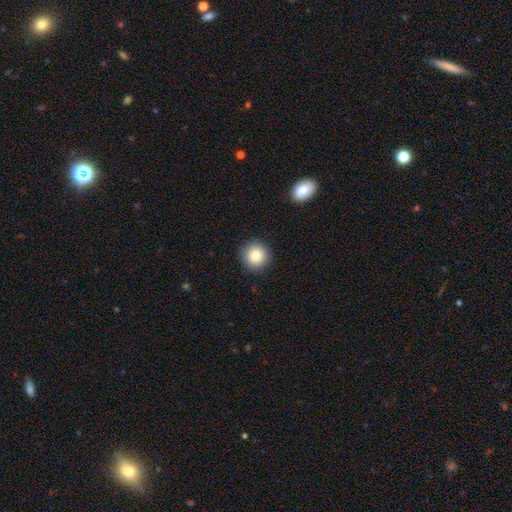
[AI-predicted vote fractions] The model was most divided on "smooth or featured": smooth: 84%, star or artifact: 9%, featured or disk: 7%. More confident: how rounded — round (93%); merging — none (91%).